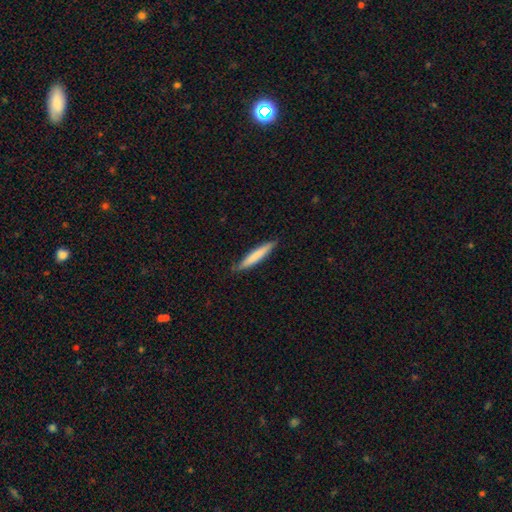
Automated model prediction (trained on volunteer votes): A smooth galaxy with no disk features (75%) that is cigar-shaped (94%). Merging: none (86%).